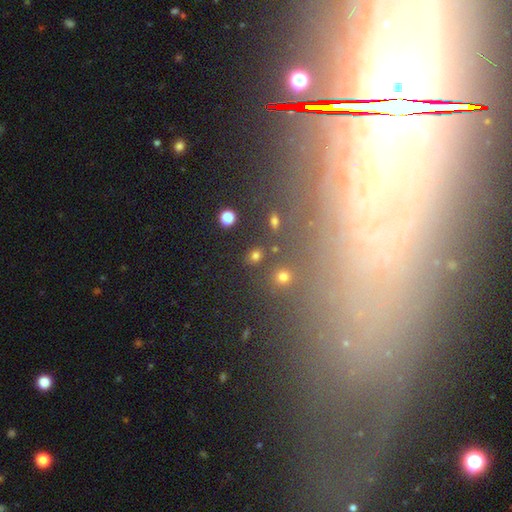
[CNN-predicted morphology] smooth_or_featured: smooth (p=0.76) [alt: star or artifact p=0.17]
how_rounded: round (p=0.66) [alt: in between p=0.32]
merging: none (p=0.85) [alt: minor disturbance p=0.07]